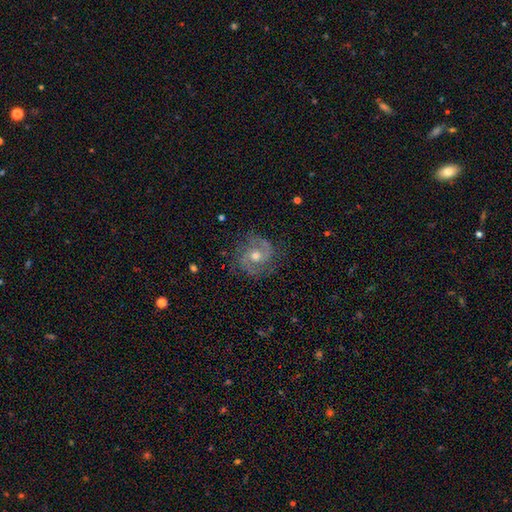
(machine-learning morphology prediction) Smooth or featured?
  - featured or disk: 86% *
  - star or artifact: 7%
  - smooth: 7%
Edge-on disk?
  - no: 98% *
  - yes: 2%
Bar?
  - no: 57% *
  - weak: 35%
  - strong: 8%
Spiral arms?
  - yes: 97% *
  - no: 3%
Spiral winding?
  - medium: 54% *
  - tight: 33%
  - loose: 14%
Spiral arm count?
  - 2: 88% *
  - can't tell: 4%
  - 3: 3%
  - 1: 2%
  - 4: 1%
  - more than 4: 1%
Bulge size?
  - moderate: 72% *
  - small: 20%
  - large: 6%
  - none: 1%
  - dominant: 1%
Merging?
  - none: 81% *
  - minor disturbance: 13%
  - major disturbance: 5%
  - merger: 1%